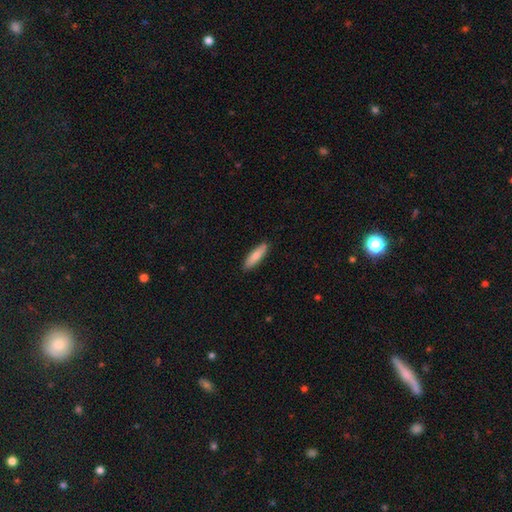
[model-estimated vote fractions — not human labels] This is clearly a smooth galaxy (82%). How rounded: likely cigar-shaped (72%). Merging: clearly none (89%).